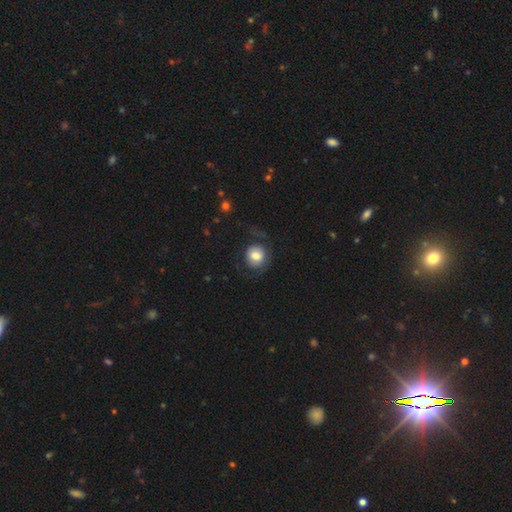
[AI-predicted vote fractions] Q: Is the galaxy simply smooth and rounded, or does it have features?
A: smooth — 75%.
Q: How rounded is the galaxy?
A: round — 85%.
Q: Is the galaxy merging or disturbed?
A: none — 62%.